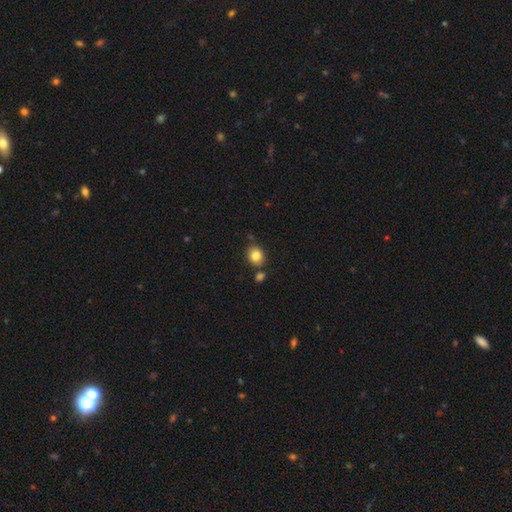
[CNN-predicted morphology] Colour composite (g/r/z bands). It shows a smooth galaxy with no disk features (84%) that is round (65%). Merging: none (75%).